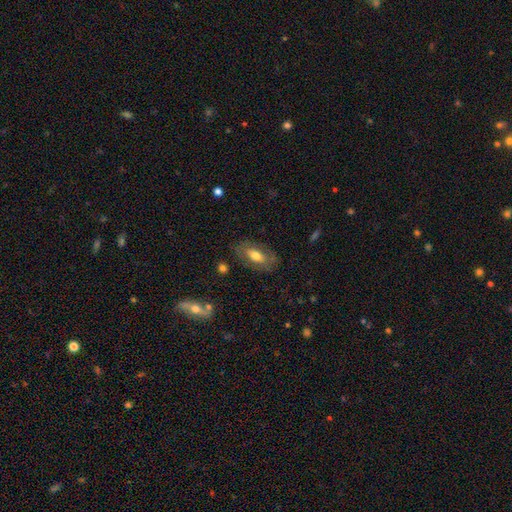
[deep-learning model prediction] Smooth or featured? Predicted: smooth (p=0.58). How rounded? Predicted: in between (p=0.89). Merging? Predicted: none (p=0.78).